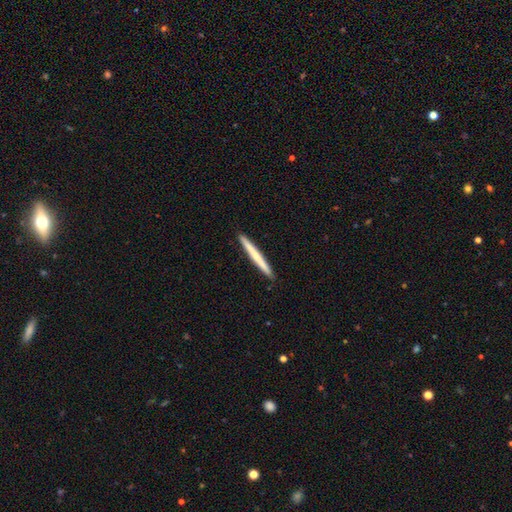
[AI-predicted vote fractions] smooth 62%, featured or disk 33%, star or artifact 5%. Down the decision tree: how rounded — cigar-shaped (97%); merging — none (93%).